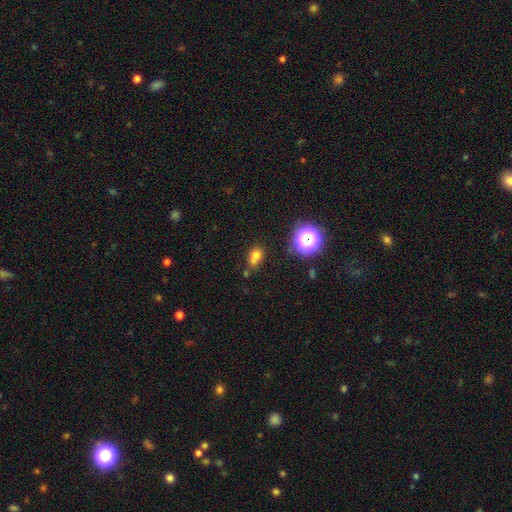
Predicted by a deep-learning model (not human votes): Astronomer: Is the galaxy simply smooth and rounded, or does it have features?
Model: smooth — 69%.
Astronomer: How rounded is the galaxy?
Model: round — 50% (runner-up: in between, 49%).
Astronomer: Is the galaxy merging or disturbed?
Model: none — 45% (runner-up: merger, 33%).